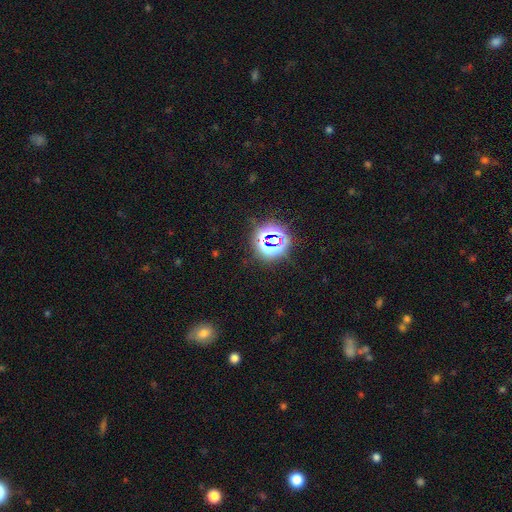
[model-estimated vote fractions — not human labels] Q: Smooth or featured?
A: star or artifact (72%); runner-up: smooth (20%)